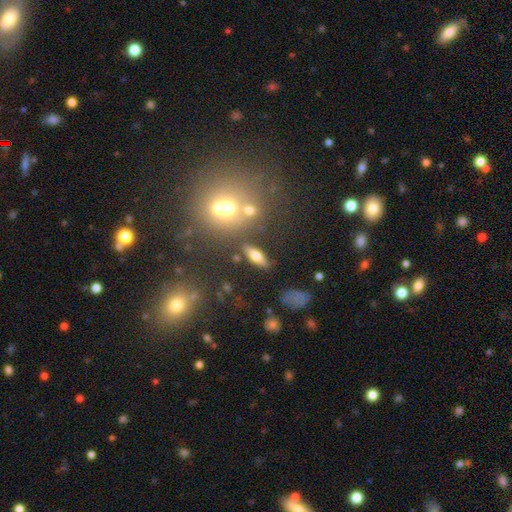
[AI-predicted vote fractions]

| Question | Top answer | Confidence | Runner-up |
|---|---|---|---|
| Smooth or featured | smooth | 55% | featured or disk (35%) |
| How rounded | in between | 60% | cigar-shaped (34%) |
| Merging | none | 81% | minor disturbance (10%) |